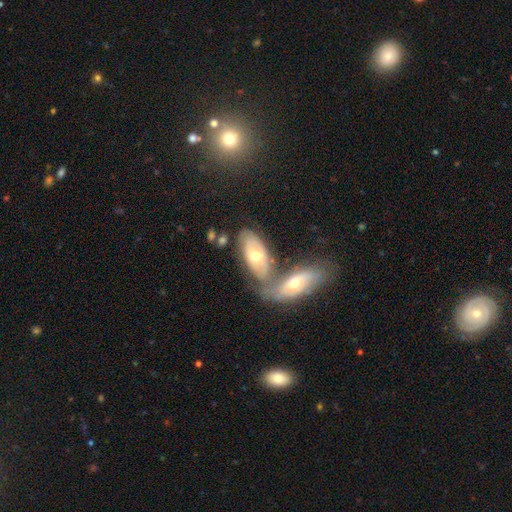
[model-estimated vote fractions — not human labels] Smooth or featured?
  - featured or disk: 49% *
  - smooth: 45%
  - star or artifact: 6%
Merging?
  - merger: 46% *
  - none: 37%
  - minor disturbance: 12%
  - major disturbance: 5%